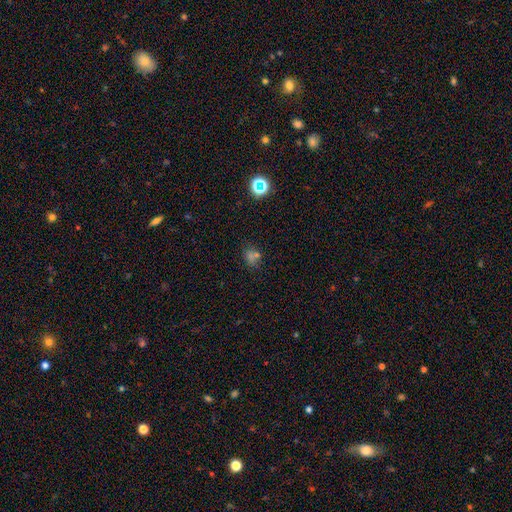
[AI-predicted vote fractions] smooth-or-featured: smooth: 50% | star or artifact: 39% | featured or disk: 11%
  how-rounded: round: 63% | in between: 35% | cigar-shaped: 2%
  merging: none: 65% | merger: 16% | minor disturbance: 13% | major disturbance: 6%